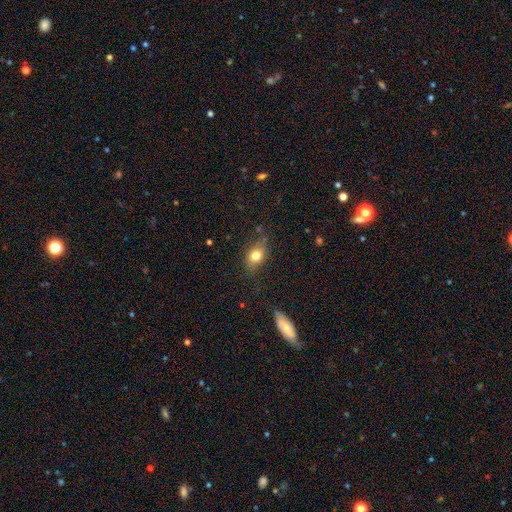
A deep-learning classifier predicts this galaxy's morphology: Smooth or featured? Predicted: smooth (p=0.75). How rounded? Predicted: in between (p=0.70). Merging? Predicted: none (p=0.72).